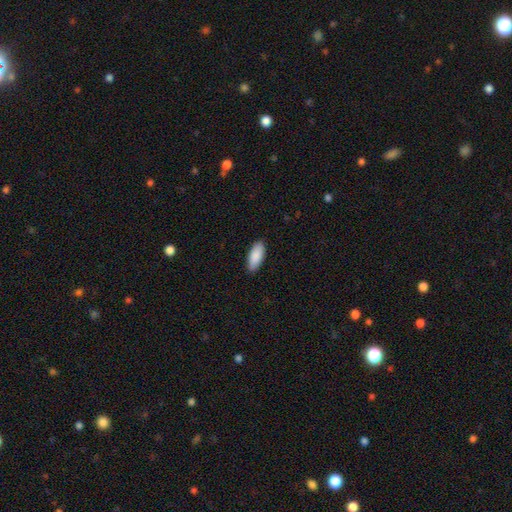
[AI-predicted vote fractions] smooth_or_featured: smooth (p=0.90) [alt: star or artifact p=0.05]
how_rounded: in between (p=0.85) [alt: cigar-shaped p=0.14]
merging: none (p=0.89) [alt: minor disturbance p=0.08]